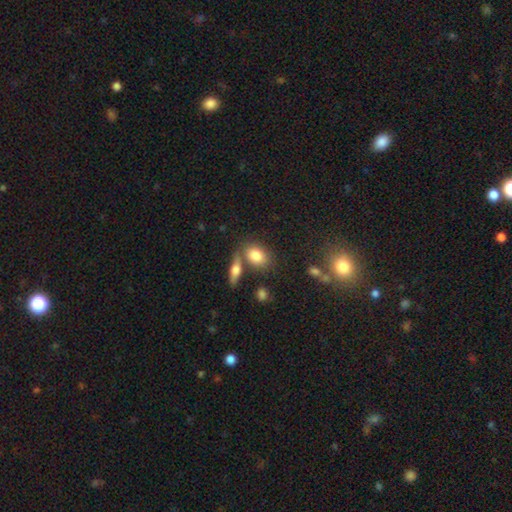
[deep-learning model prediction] A smooth galaxy with no disk features (80%) that is in between round and cigar-shaped (72%). Merging: none (61%).